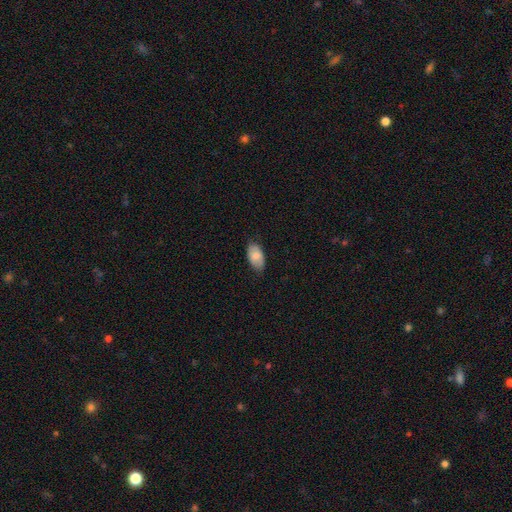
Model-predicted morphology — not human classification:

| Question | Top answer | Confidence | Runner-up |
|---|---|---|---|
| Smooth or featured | smooth | 80% | featured or disk (14%) |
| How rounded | in between | 94% | round (3%) |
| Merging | none | 81% | minor disturbance (16%) |